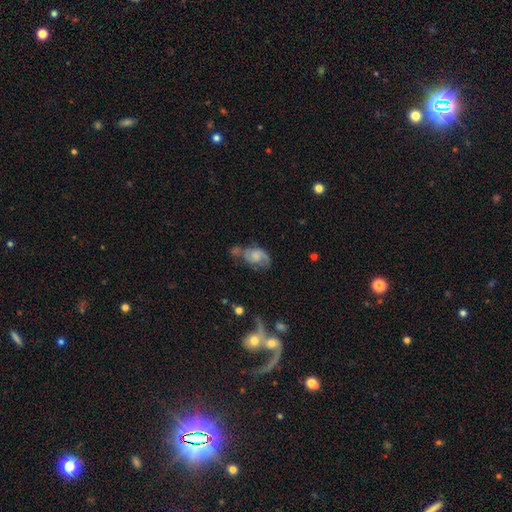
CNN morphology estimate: A featured or disk galaxy (59%) with no bar (65%), spiral arms (83%) and a small central bulge (31%). Merging: none (35%).